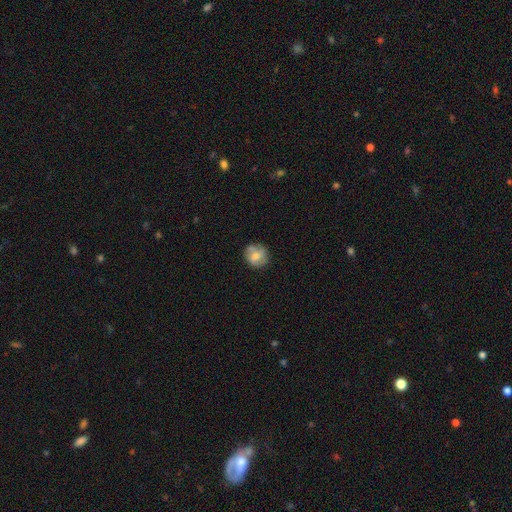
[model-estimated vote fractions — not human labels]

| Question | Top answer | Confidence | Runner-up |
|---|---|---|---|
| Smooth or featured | smooth | 58% | featured or disk (34%) |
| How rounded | round | 87% | in between (12%) |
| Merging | none | 76% | minor disturbance (18%) |